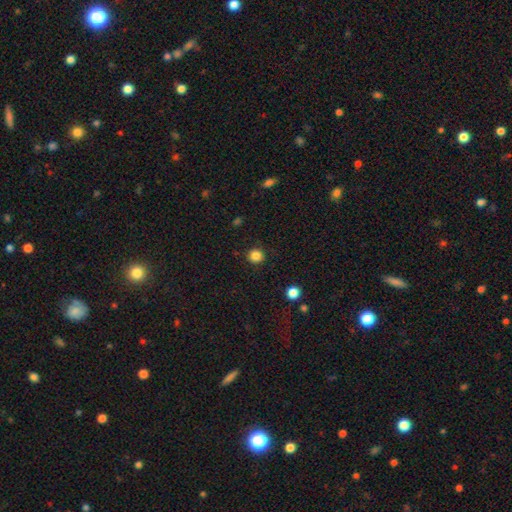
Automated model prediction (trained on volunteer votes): smooth_or_featured: smooth (p=0.85) [alt: star or artifact p=0.12]
how_rounded: round (p=0.93) [alt: in between p=0.06]
merging: none (p=0.91) [alt: minor disturbance p=0.06]